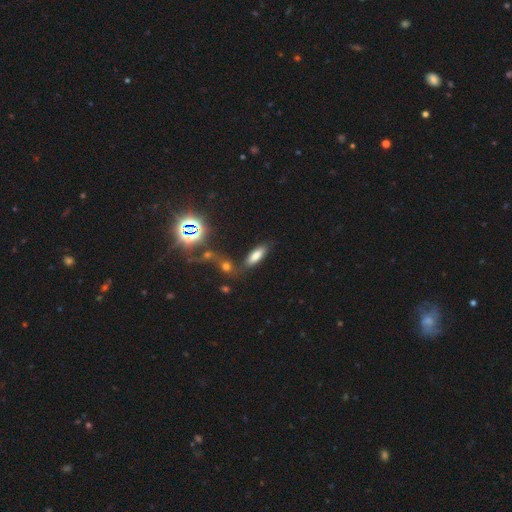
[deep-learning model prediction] Smooth or featured?
  - smooth: 74% *
  - star or artifact: 15%
  - featured or disk: 12%
How rounded?
  - in between: 62% *
  - cigar-shaped: 34%
  - round: 3%
Merging?
  - none: 71% *
  - minor disturbance: 14%
  - merger: 9%
  - major disturbance: 5%